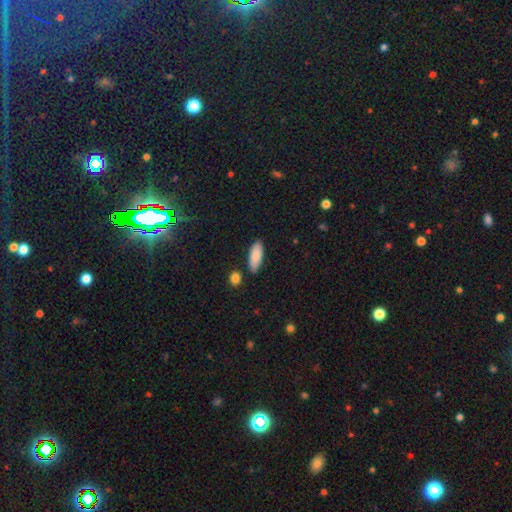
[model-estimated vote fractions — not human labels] Q: Smooth or featured?
A: smooth (87%); runner-up: featured or disk (7%)
Q: How rounded?
A: in between (75%); runner-up: cigar-shaped (23%)
Q: Merging?
A: none (82%); runner-up: minor disturbance (11%)